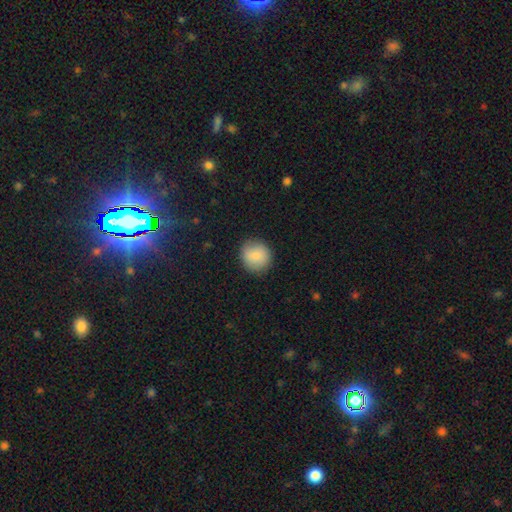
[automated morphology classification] smooth 84%, featured or disk 8%, star or artifact 8%. Down the decision tree: how rounded — round (90%); merging — none (88%).